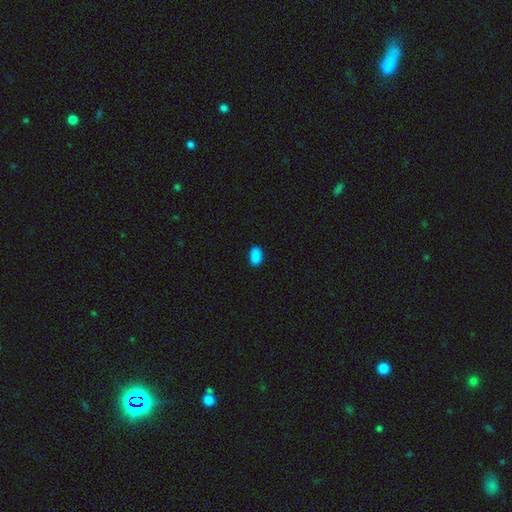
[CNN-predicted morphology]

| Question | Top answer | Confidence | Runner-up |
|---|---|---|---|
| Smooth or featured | smooth | 89% | star or artifact (9%) |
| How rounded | in between | 91% | round (7%) |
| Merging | none | 89% | minor disturbance (8%) |